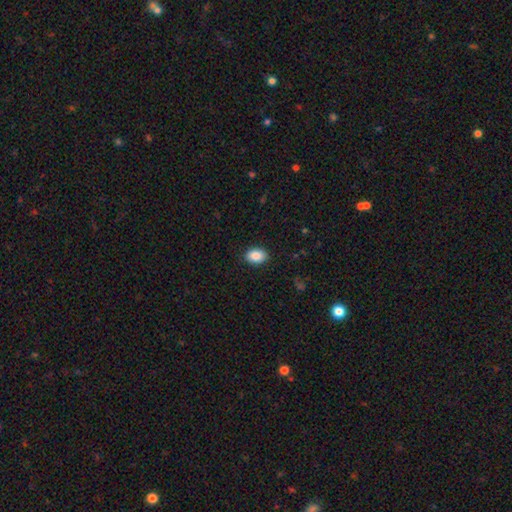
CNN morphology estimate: Smooth or featured? smooth (88%)
How rounded? in between (82%)
Merging? none (89%)